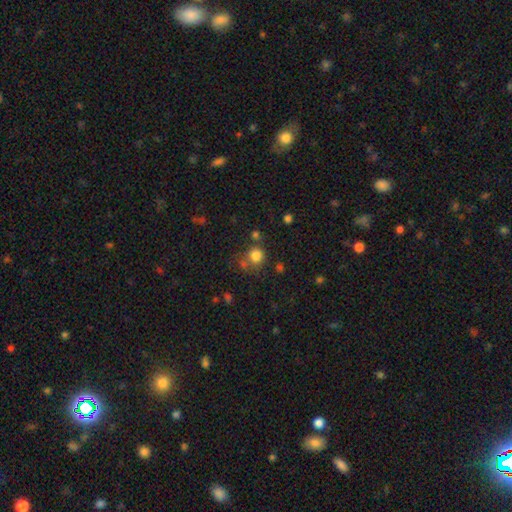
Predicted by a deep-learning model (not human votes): smooth_or_featured: smooth (p=0.80) [alt: star or artifact p=0.13]
how_rounded: round (p=0.88) [alt: in between p=0.11]
merging: none (p=0.65) [alt: merger p=0.16]